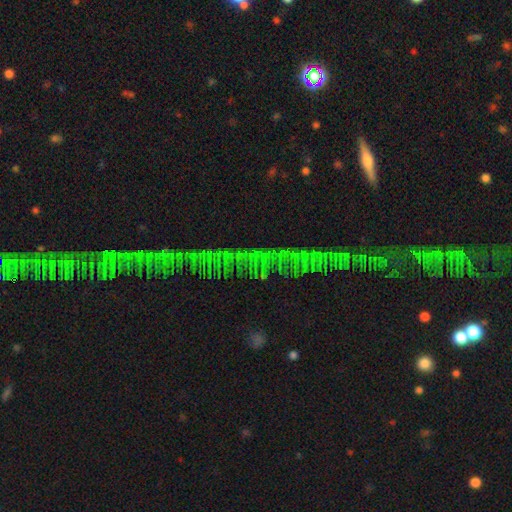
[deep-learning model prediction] Smooth or featured?
  - star or artifact: 73% *
  - featured or disk: 15%
  - smooth: 12%